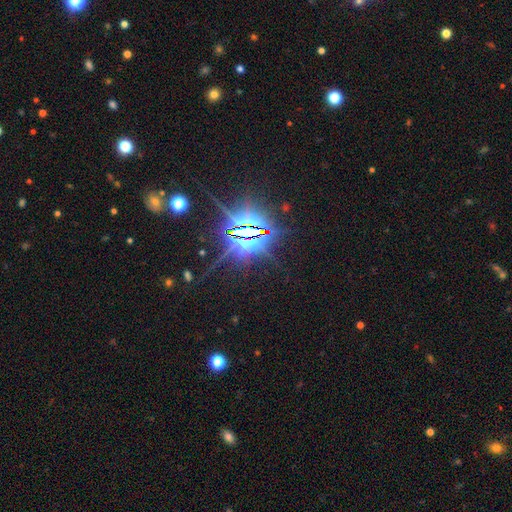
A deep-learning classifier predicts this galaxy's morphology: Smooth or featured? star or artifact (85%)